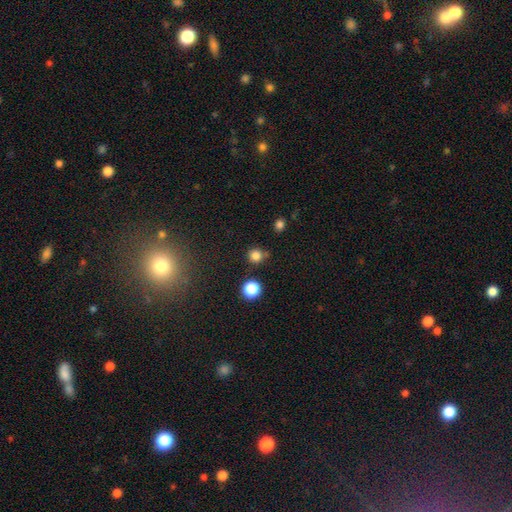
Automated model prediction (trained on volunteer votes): smooth 81%, star or artifact 15%, featured or disk 5%. Down the decision tree: how rounded — round (90%); merging — none (76%).